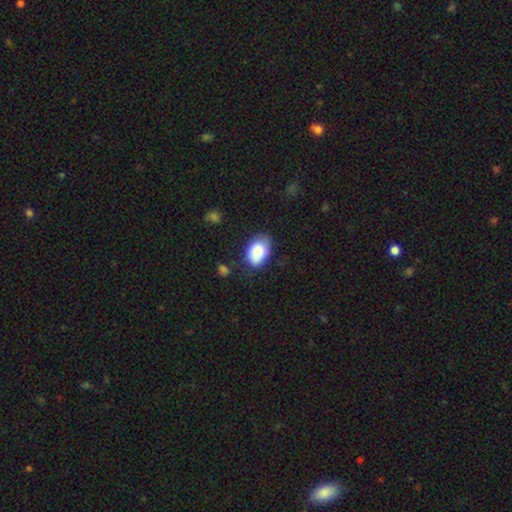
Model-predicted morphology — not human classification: This appears to be a smooth galaxy with no disk features (84%) that is in between round and cigar-shaped (86%). Merging: none (69%).